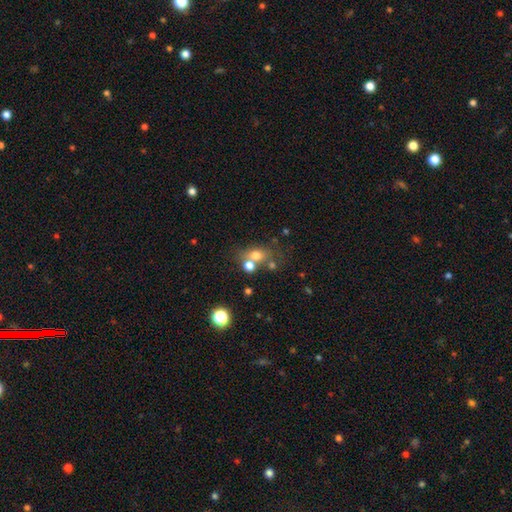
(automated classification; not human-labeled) smooth-or-featured: smooth: 69% | star or artifact: 16% | featured or disk: 15%
  how-rounded: in between: 51% | round: 47% | cigar-shaped: 2%
  merging: none: 45% | merger: 37% | minor disturbance: 12% | major disturbance: 6%